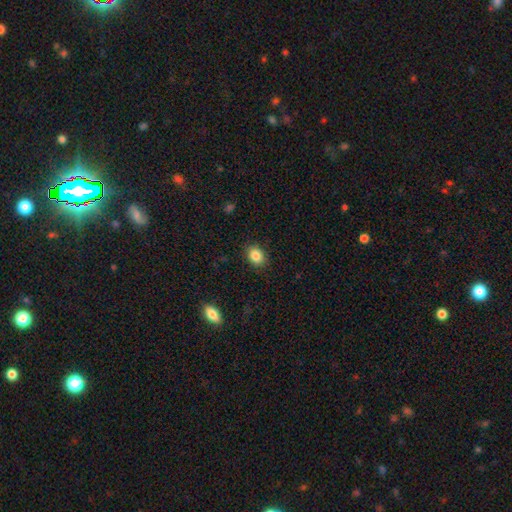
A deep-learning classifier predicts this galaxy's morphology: Smooth or featured? smooth (85%)
How rounded? in between (61%)
Merging? none (88%)